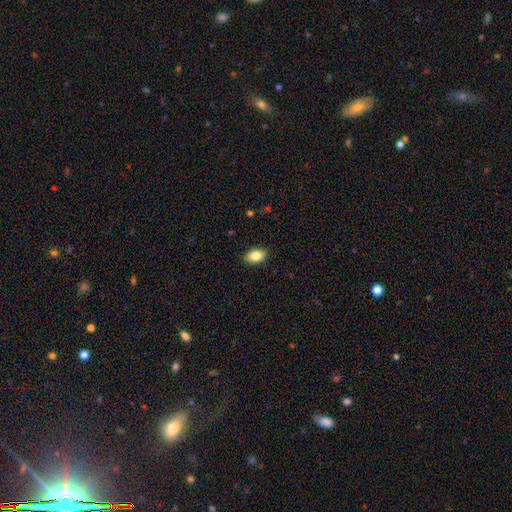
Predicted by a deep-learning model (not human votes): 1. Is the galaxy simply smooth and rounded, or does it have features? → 85% smooth, 8% star or artifact, 7% featured or disk.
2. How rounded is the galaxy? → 90% in between, 9% round, 1% cigar-shaped.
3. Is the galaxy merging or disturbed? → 90% none, 8% minor disturbance, 2% major disturbance, 1% merger.